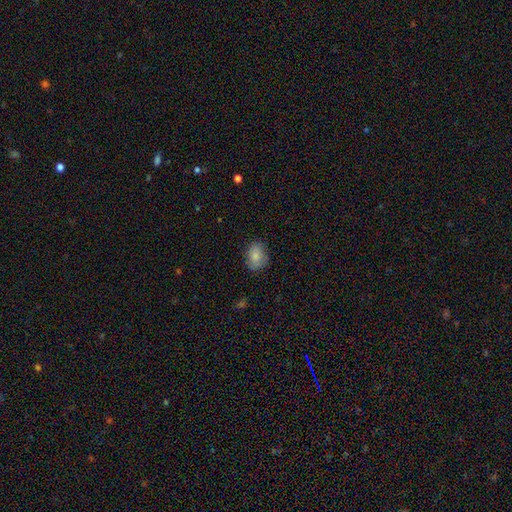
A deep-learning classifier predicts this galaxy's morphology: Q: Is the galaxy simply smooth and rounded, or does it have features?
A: smooth — 83%.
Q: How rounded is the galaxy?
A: in between — 72%.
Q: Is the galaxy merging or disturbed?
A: none — 77%.